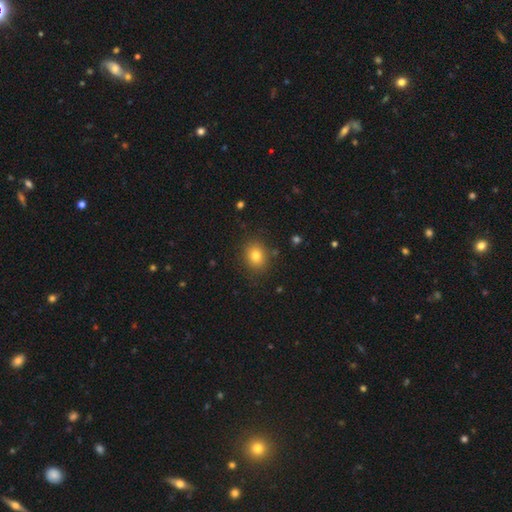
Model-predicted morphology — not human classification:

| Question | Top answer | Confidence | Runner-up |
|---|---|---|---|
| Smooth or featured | smooth | 80% | star or artifact (12%) |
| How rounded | round | 62% | in between (37%) |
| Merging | none | 87% | minor disturbance (9%) |